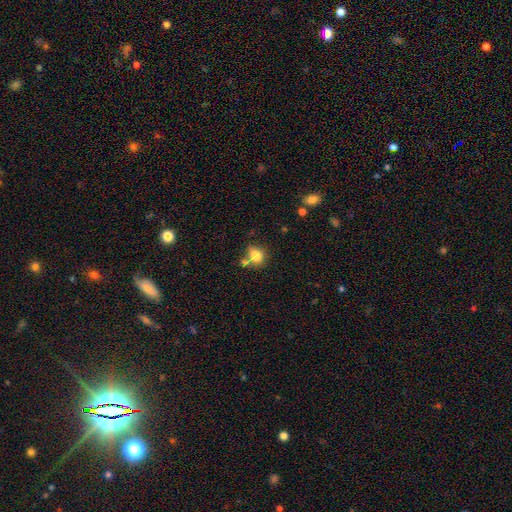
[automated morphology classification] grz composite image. It shows a smooth galaxy with no disk features (79%) that is round (54%). Merging: none (51%).